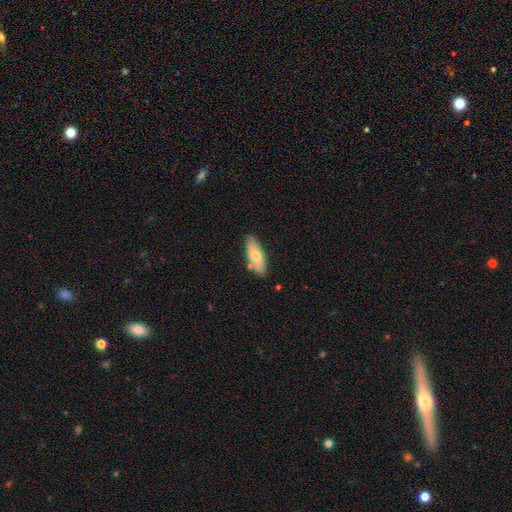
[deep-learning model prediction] This appears to be a smooth galaxy with no disk features (70%) that is in between round and cigar-shaped (74%). Merging: none (78%).